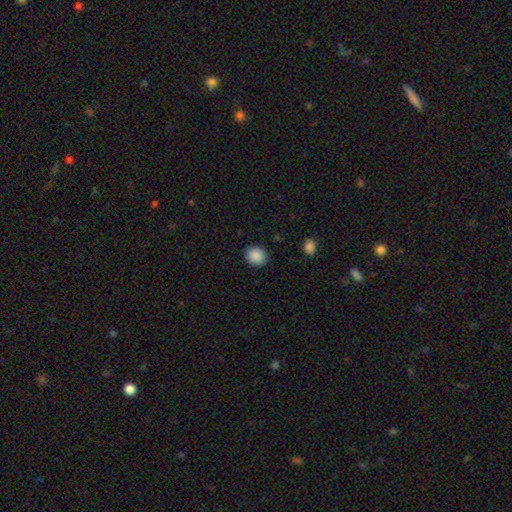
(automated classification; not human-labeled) smooth-or-featured: smooth: 89% | star or artifact: 8% | featured or disk: 3%
  how-rounded: round: 77% | in between: 22% | cigar-shaped: 1%
  merging: none: 89% | minor disturbance: 7% | major disturbance: 2% | merger: 1%